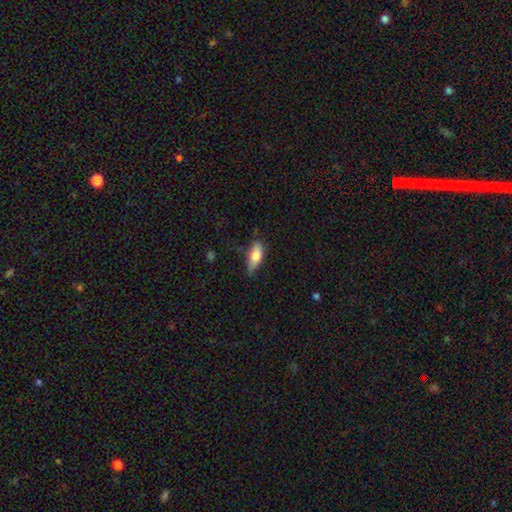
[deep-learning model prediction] The model was most divided on "merging": none: 62%, minor disturbance: 30%, major disturbance: 6%, merger: 2%. More confident: how rounded — in between (76%); smooth or featured — smooth (75%).